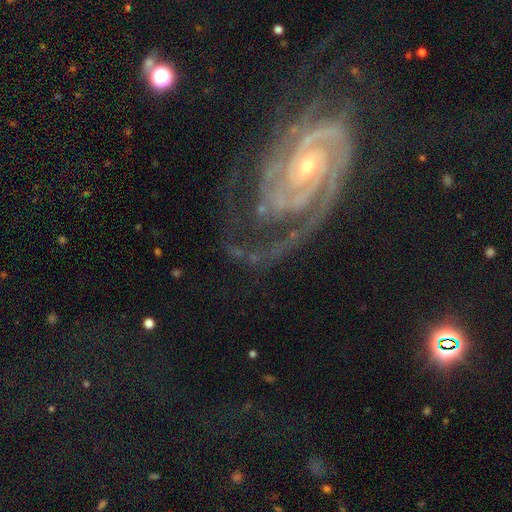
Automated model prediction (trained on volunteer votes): smooth_or_featured: featured or disk (p=0.90) [alt: star or artifact p=0.06]
disk_edge_on: no (p=0.97) [alt: yes p=0.03]
bar: no (p=0.56) [alt: weak p=0.28]
has_spiral_arms: yes (p=0.98) [alt: no p=0.02]
spiral_winding: tight (p=0.71) [alt: medium p=0.25]
spiral_arm_count: 2 (p=0.53) [alt: 3 p=0.17]
bulge_size: small (p=0.67) [alt: moderate p=0.29]
merging: none (p=0.63) [alt: minor disturbance p=0.19]